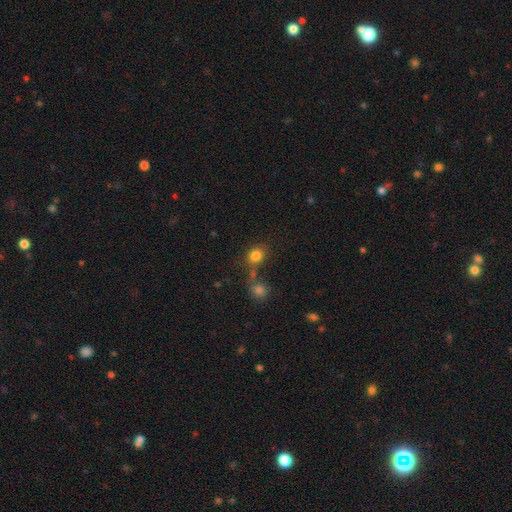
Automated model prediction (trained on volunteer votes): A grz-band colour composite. It shows a smooth galaxy with no disk features (81%) that is round (63%). Merging: none (60%).